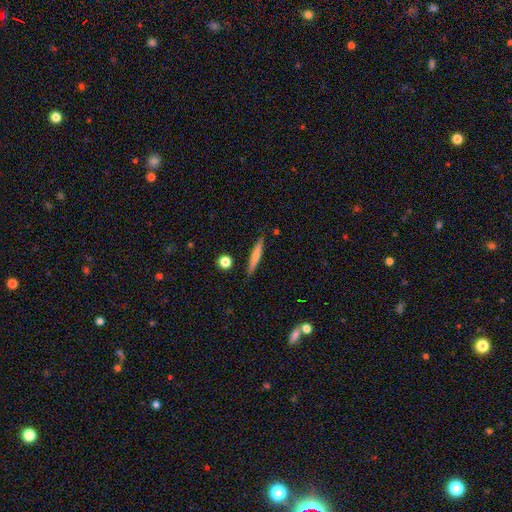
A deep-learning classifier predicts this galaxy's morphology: This appears to be a smooth galaxy with no disk features (64%) that is cigar-shaped (93%). Merging: none (87%).